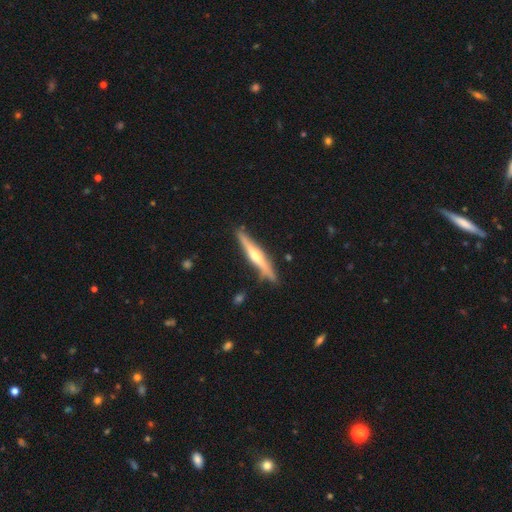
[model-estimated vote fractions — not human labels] Smooth or featured: featured or disk — 67% (smooth — 28%)
Edge-on disk: yes — 97% (no — 3%)
Edge-on bulge: rounded — 85% (none — 9%)
Merging: none — 83% (minor disturbance — 12%)